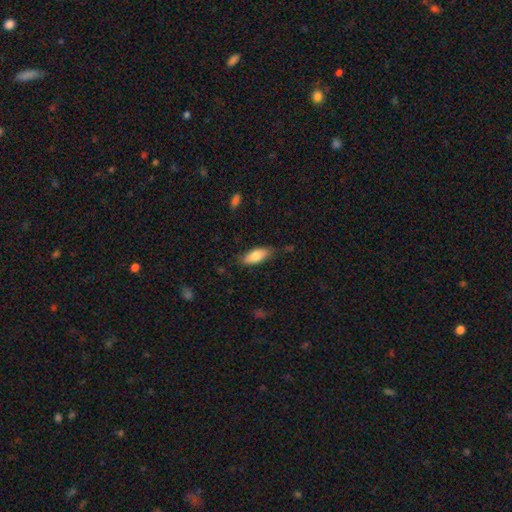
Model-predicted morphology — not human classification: This is likely a smooth galaxy (79%). How rounded: clearly in between (81%). Merging: likely none (74%).